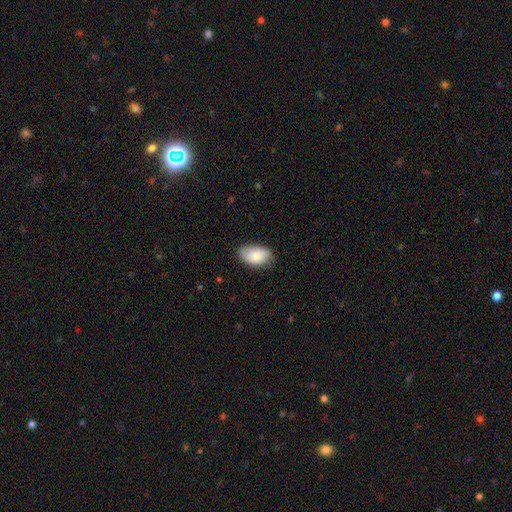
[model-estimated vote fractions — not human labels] Smooth or featured?
  - smooth: 77% *
  - featured or disk: 17%
  - star or artifact: 6%
How rounded?
  - in between: 92% *
  - round: 6%
  - cigar-shaped: 1%
Merging?
  - none: 76% *
  - minor disturbance: 20%
  - major disturbance: 4%
  - merger: 1%